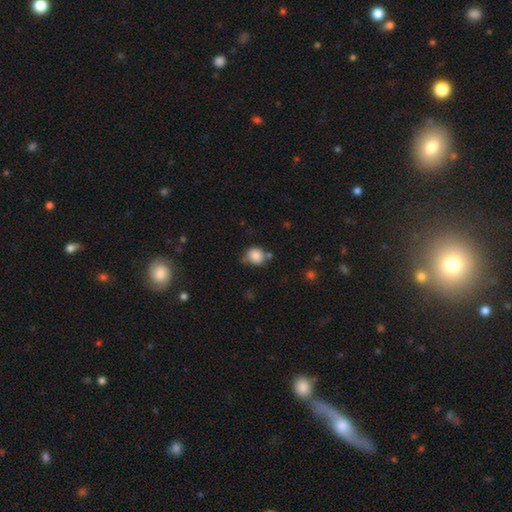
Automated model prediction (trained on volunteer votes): Morphology: type=smooth (85%); roundness=round (80%); merging=none (62%).